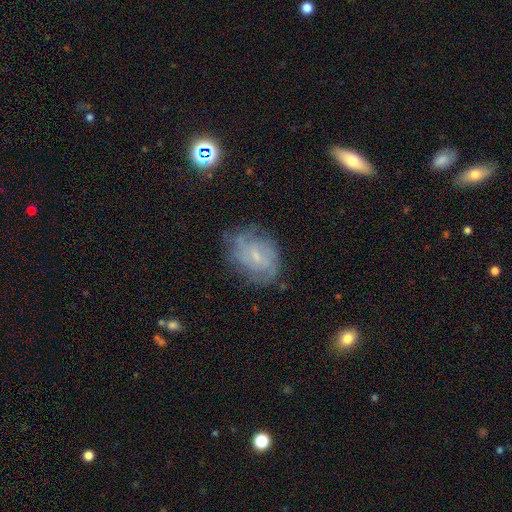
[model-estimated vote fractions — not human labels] This is likely a featured or disk galaxy (62%). It is clearly not viewed edge-on (96%). Bar: possibly no (53%). Spiral arm pattern: likely yes (79%). Central bulge: likely small (71%). Merging: likely none (64%).